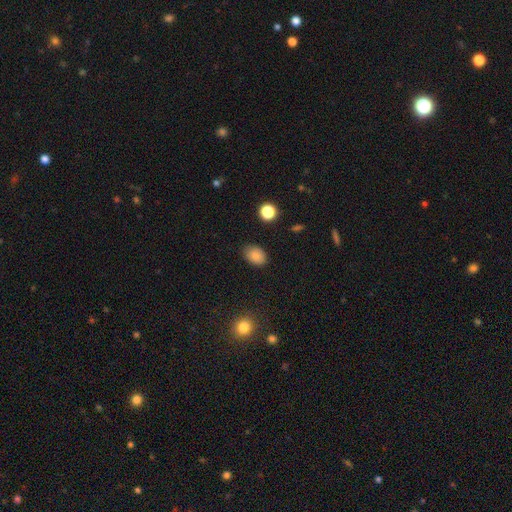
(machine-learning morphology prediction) Smooth or featured: smooth — 84% (star or artifact — 10%)
How rounded: in between — 76% (round — 23%)
Merging: none — 84% (minor disturbance — 12%)